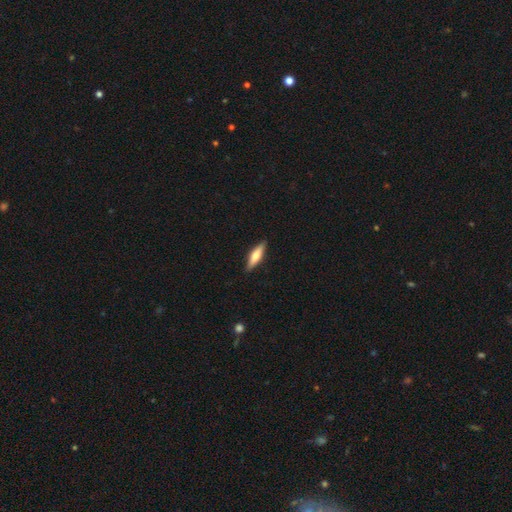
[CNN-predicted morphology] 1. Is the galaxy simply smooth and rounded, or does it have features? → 56% smooth, 38% featured or disk, 6% star or artifact.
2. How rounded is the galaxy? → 66% cigar-shaped, 32% in between, 2% round.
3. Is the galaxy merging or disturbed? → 89% none, 8% minor disturbance, 2% major disturbance, 1% merger.